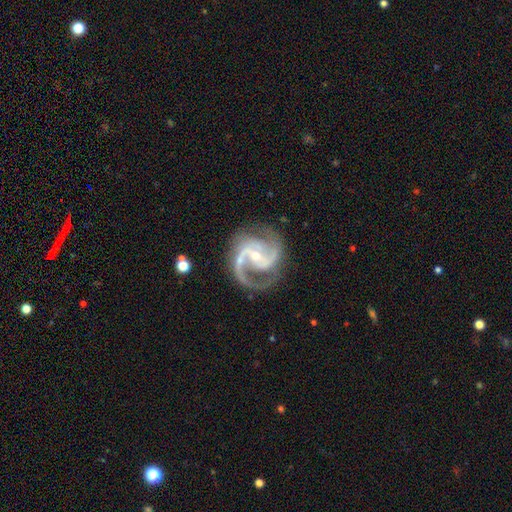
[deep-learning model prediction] This is clearly a featured or disk galaxy (93%). It is clearly not viewed edge-on (98%). Bar: marginally weak (37%). Spiral arm pattern: clearly yes (98%). Spiral arm count: likely 2 (80%). Spiral winding: likely medium (65%). Central bulge: likely small (63%). Merging: likely none (72%).